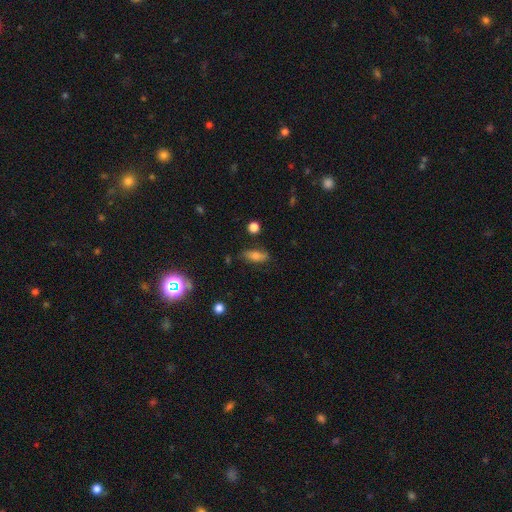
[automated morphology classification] Smooth or featured? Predicted: smooth (p=0.68). How rounded? Predicted: in between (p=0.70). Merging? Predicted: none (p=0.73).